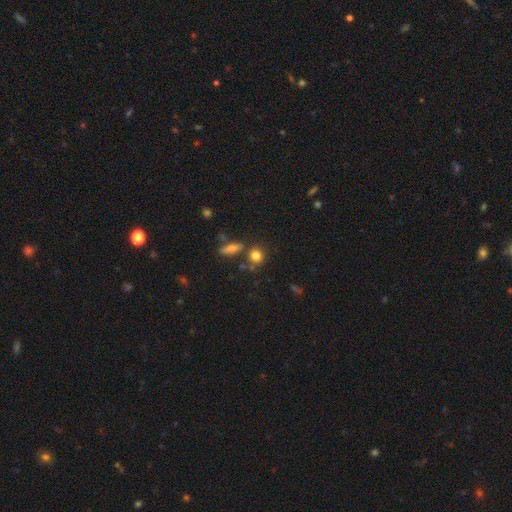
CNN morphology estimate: The model was most divided on "merging": none: 69%, merger: 15%, minor disturbance: 12%, major disturbance: 4%. More confident: smooth or featured — smooth (82%); how rounded — round (77%).